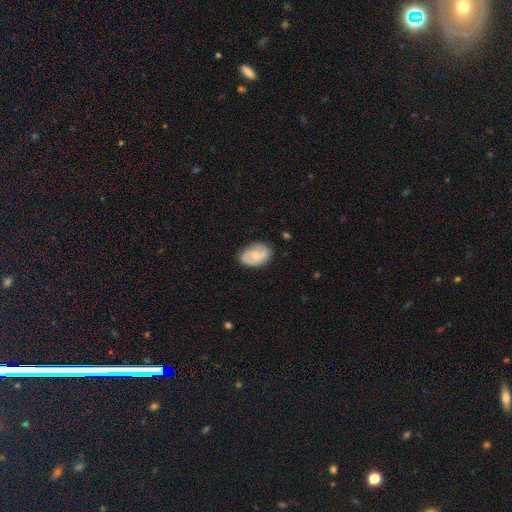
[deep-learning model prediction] smooth 50%, featured or disk 44%, star or artifact 6%. Down the decision tree: merging — none (75%).